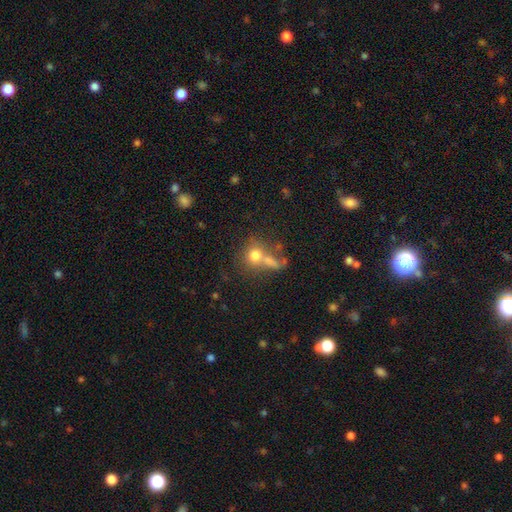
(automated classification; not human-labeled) Smooth or featured?
  - smooth: 66% *
  - star or artifact: 19%
  - featured or disk: 15%
How rounded?
  - round: 77% *
  - in between: 20%
  - cigar-shaped: 3%
Merging?
  - none: 48% *
  - merger: 32%
  - minor disturbance: 11%
  - major disturbance: 9%